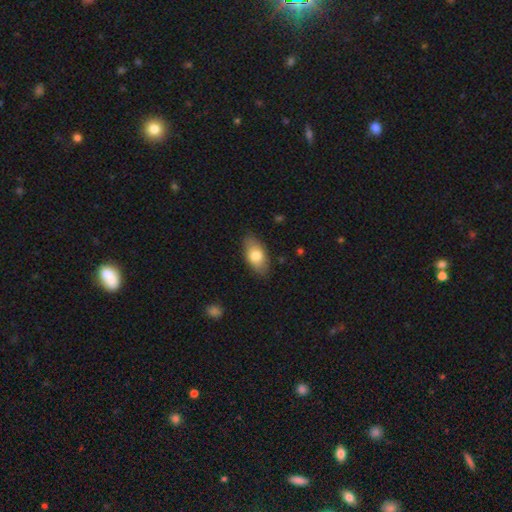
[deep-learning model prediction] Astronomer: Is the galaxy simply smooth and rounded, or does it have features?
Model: smooth — 75%.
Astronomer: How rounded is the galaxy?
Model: in between — 91%.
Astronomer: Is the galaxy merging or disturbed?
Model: none — 82%.